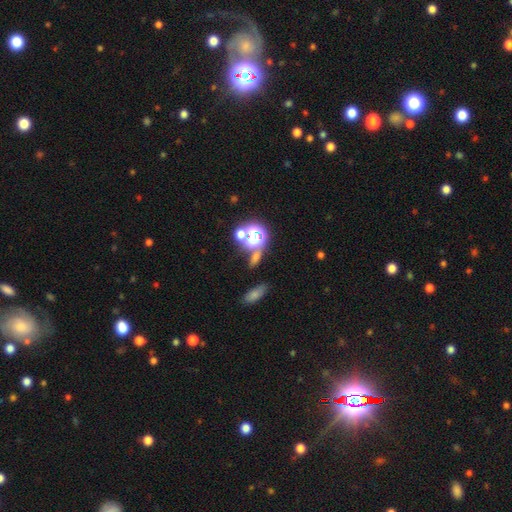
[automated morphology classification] Overall: star or artifact (52%; smooth 36%).